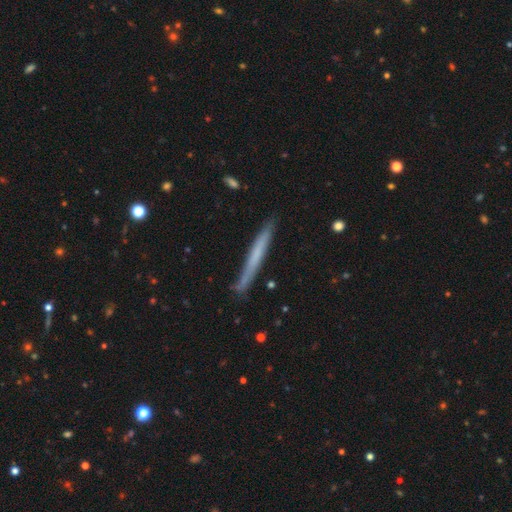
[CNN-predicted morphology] smooth_or_featured: smooth (p=0.52) [alt: featured or disk p=0.42]
how_rounded: cigar-shaped (p=0.97) [alt: in between p=0.02]
merging: none (p=0.85) [alt: minor disturbance p=0.11]